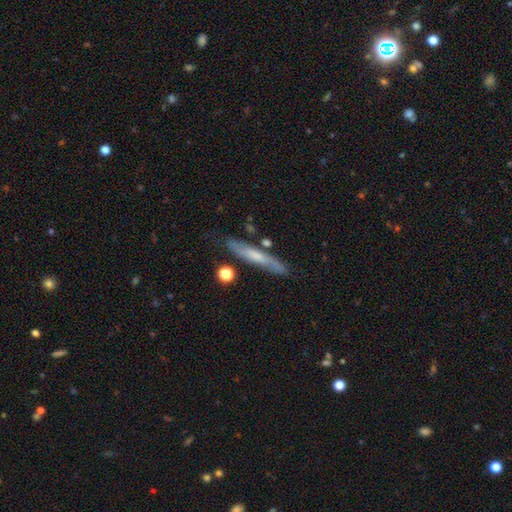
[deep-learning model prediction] A smooth galaxy with no disk features (47%).

Vote fractions:
- Smooth or featured? smooth: 47% / featured or disk: 46% / star or artifact: 7%
- Merging? none: 75% / minor disturbance: 16% / merger: 5% / major disturbance: 4%